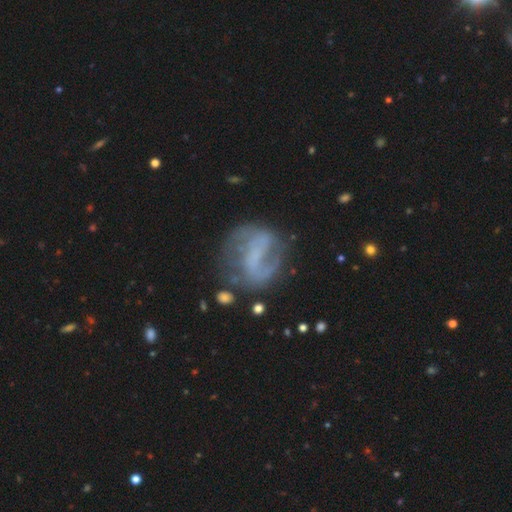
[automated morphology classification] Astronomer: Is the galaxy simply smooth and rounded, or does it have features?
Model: featured or disk — 76%.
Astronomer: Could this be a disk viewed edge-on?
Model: no — 97%.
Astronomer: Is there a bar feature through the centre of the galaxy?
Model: weak — 39% (runner-up: strong, 36%).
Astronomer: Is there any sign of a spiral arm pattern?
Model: yes — 84%.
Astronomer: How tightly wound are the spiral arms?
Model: medium — 41% (runner-up: loose, 38%).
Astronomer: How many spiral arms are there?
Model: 2 — 76%.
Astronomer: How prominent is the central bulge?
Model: none — 59%.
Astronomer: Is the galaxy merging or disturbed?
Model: none — 64%.